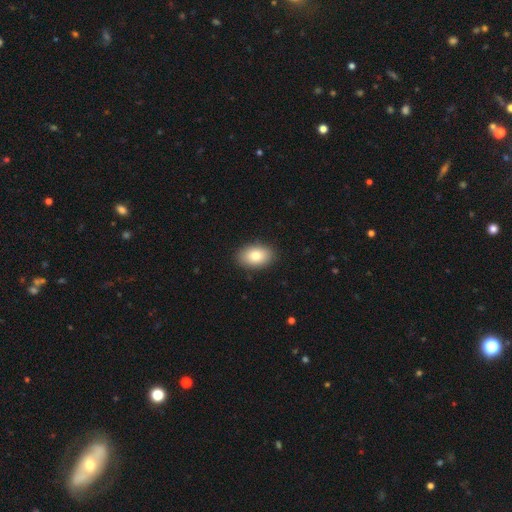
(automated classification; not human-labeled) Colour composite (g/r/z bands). It shows a smooth galaxy with no disk features (82%) that is in between round and cigar-shaped (87%). Merging: none (89%).